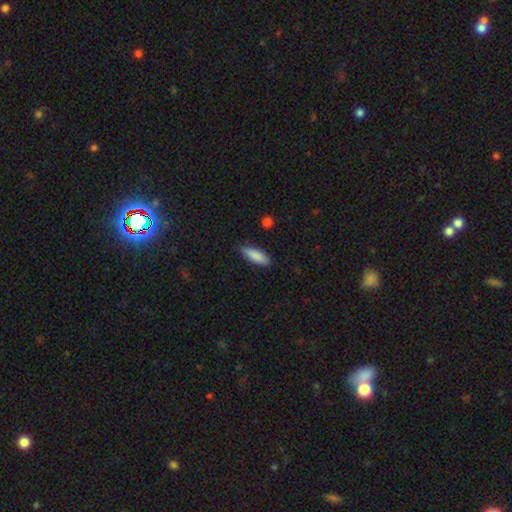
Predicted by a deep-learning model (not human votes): smooth 88%, featured or disk 6%, star or artifact 6%. Down the decision tree: how rounded — in between (59%); merging — none (86%).